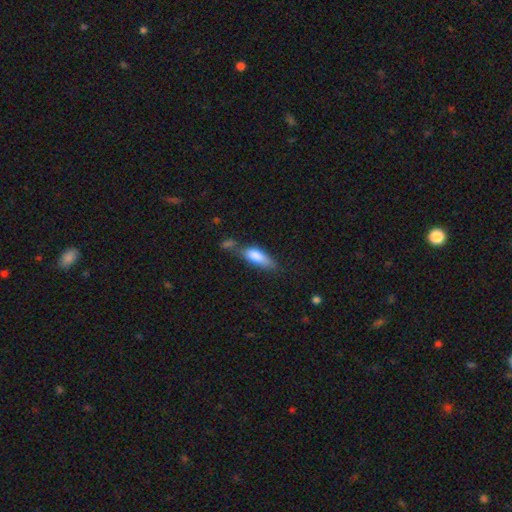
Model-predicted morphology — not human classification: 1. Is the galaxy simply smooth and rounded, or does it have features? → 79% smooth, 14% featured or disk, 7% star or artifact.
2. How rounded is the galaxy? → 65% in between, 32% cigar-shaped, 2% round.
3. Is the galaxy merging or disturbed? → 39% none, 27% minor disturbance, 22% merger, 12% major disturbance.